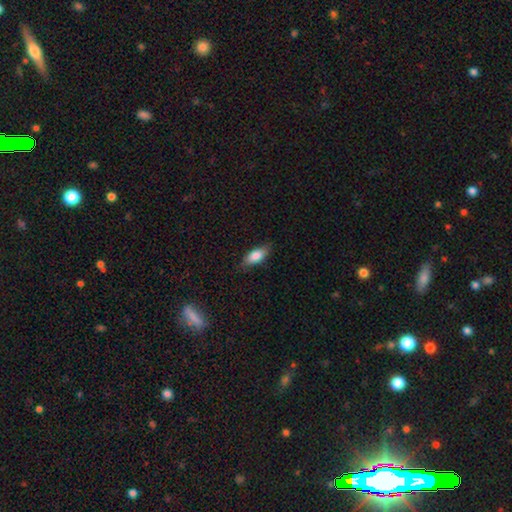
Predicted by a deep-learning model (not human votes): smooth 82%, featured or disk 12%, star or artifact 7%. Down the decision tree: how rounded — in between (82%); merging — none (80%).